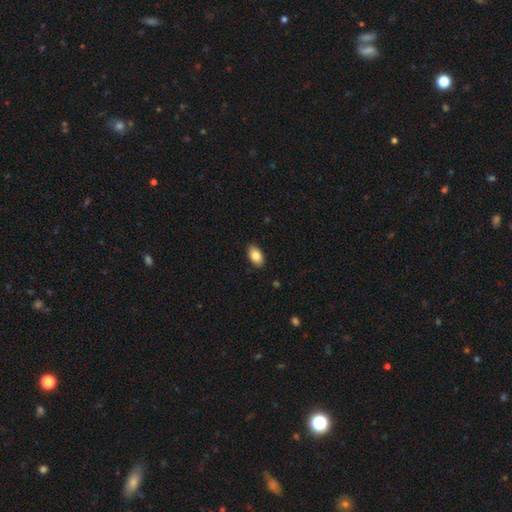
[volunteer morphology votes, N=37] A smooth galaxy with no disk features (84%) that is in between round and cigar-shaped (84%).

Vote fractions:
- Smooth or featured? smooth: 84% / featured or disk: 11% / star or artifact: 5%
- How rounded? in between: 84% / round: 13% / cigar-shaped: 3%
- Merging? none: 94% / minor disturbance: 6% / major disturbance: 0% / merger: 0%